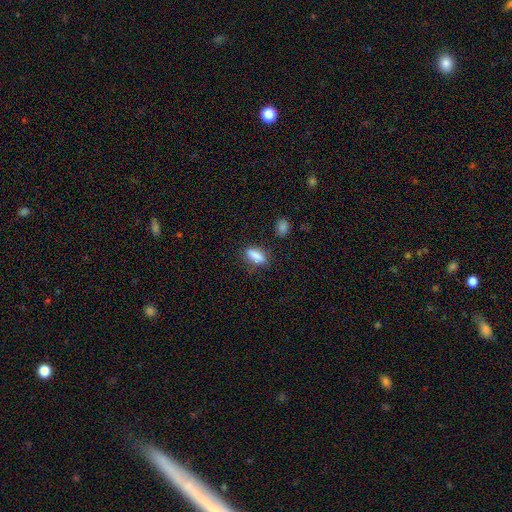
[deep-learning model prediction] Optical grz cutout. It shows a smooth galaxy with no disk features (85%) that is in between round and cigar-shaped (70%). Merging: none (78%).